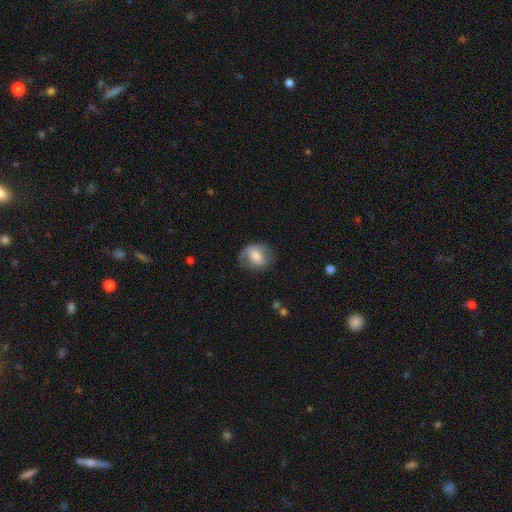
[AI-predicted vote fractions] smooth 64%, featured or disk 28%, star or artifact 8%. Down the decision tree: how rounded — round (53%); merging — none (56%).